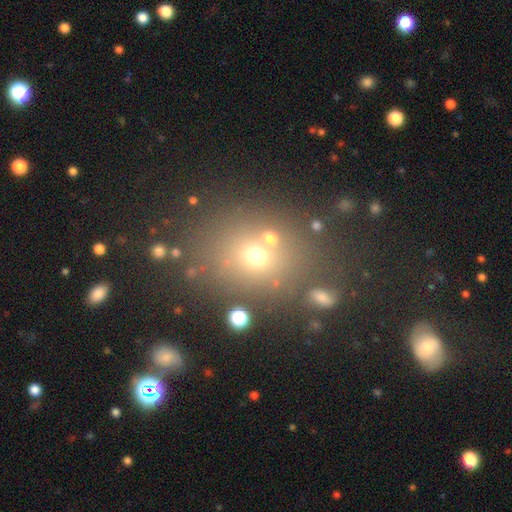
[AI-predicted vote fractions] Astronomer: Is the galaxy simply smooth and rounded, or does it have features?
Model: smooth — 64%.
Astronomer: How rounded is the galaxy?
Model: round — 62%.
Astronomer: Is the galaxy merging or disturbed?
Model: none — 67%.